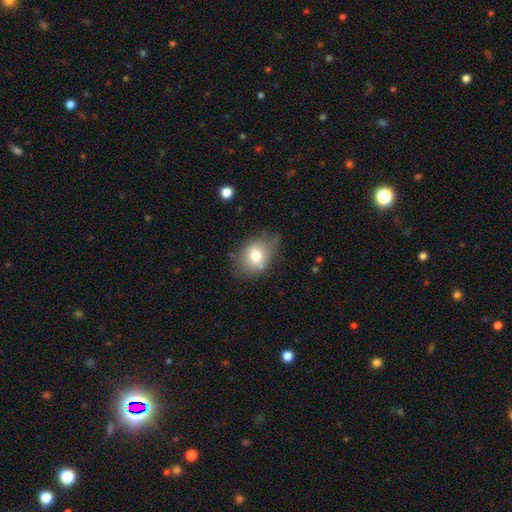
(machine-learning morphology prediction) smooth-or-featured: smooth: 72% | featured or disk: 18% | star or artifact: 10%
  how-rounded: in between: 61% | round: 38% | cigar-shaped: 1%
  merging: none: 63% | minor disturbance: 25% | major disturbance: 7% | merger: 4%